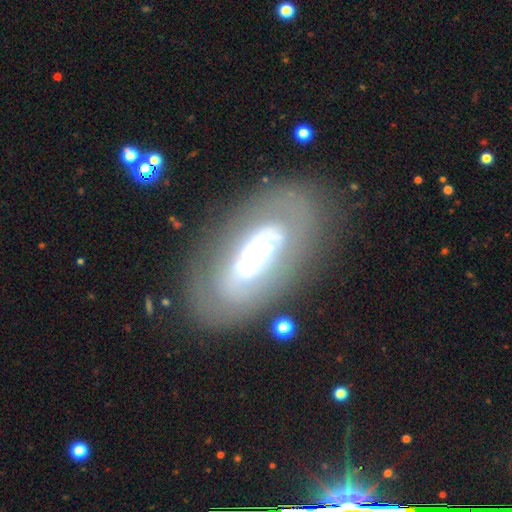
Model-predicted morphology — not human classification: The model was most divided on "bulge size": small: 31%, moderate: 29%, large: 26%, dominant: 8%, none: 7%. More confident: edge-on disk — no (91%); smooth or featured — featured or disk (68%); bar — no (68%); merging — none (66%); spiral arms — yes (51%).